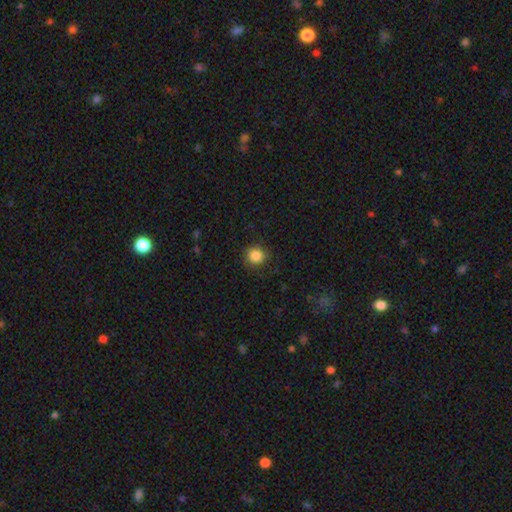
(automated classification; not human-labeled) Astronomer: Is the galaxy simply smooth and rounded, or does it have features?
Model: smooth — 86%.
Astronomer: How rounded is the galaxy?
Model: round — 92%.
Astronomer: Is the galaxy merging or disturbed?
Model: none — 88%.